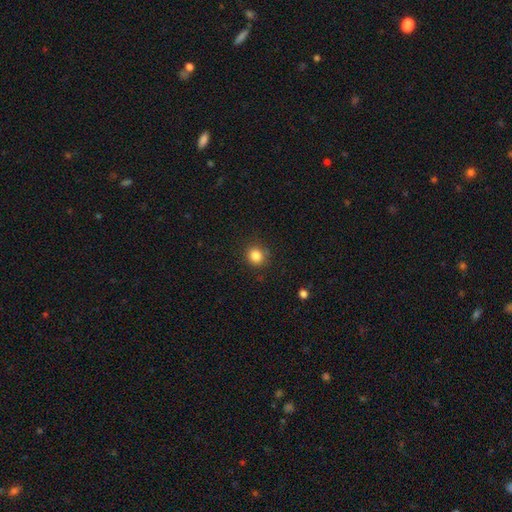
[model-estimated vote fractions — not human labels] This appears to be a smooth galaxy with no disk features (85%) that is round (89%). Merging: none (86%).